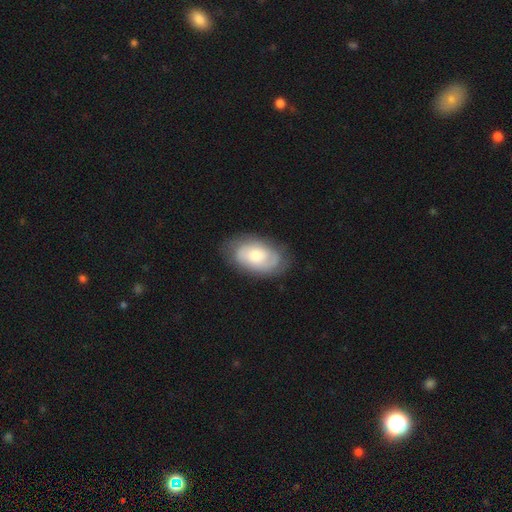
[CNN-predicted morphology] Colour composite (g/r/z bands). It shows a featured or disk galaxy (49%). Merging: none (75%).